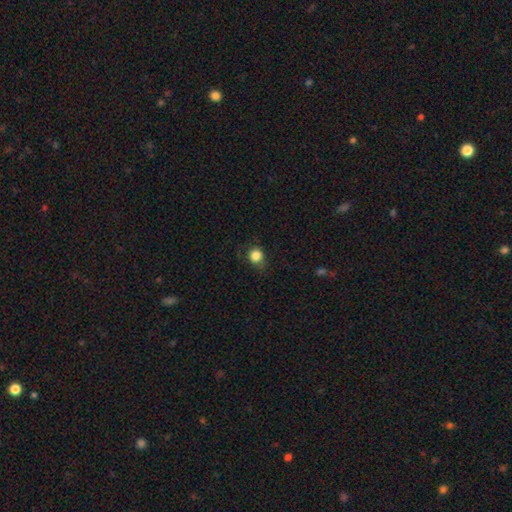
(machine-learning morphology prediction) smooth-or-featured: smooth: 84% | star or artifact: 11% | featured or disk: 5%
  how-rounded: round: 86% | in between: 13% | cigar-shaped: 1%
  merging: none: 77% | minor disturbance: 17% | major disturbance: 5% | merger: 1%